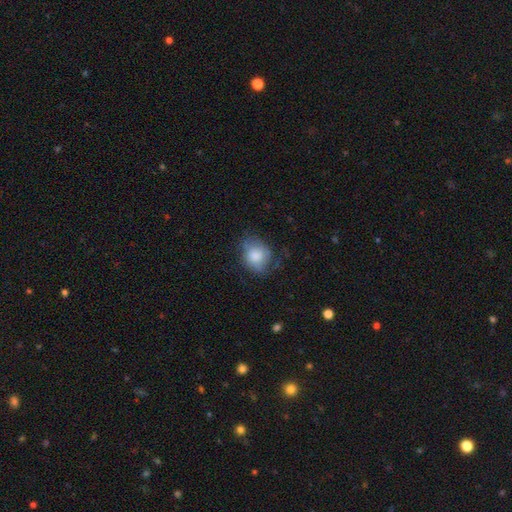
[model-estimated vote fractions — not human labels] smooth_or_featured: smooth (p=0.76) [alt: featured or disk p=0.17]
how_rounded: round (p=0.53) [alt: in between p=0.46]
merging: none (p=0.53) [alt: minor disturbance p=0.30]